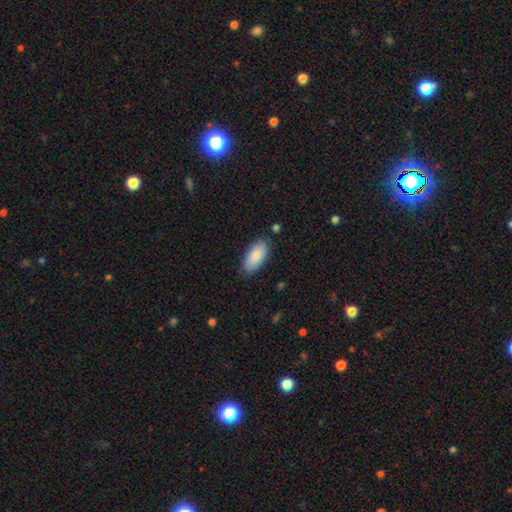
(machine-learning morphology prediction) This appears to be a smooth galaxy with no disk features (86%) that is in between round and cigar-shaped (92%). Merging: none (84%).